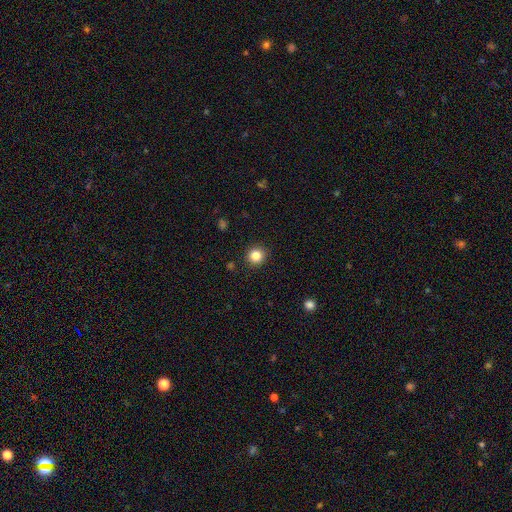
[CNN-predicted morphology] This is clearly a smooth galaxy (84%). How rounded: clearly round (93%). Merging: clearly none (92%).